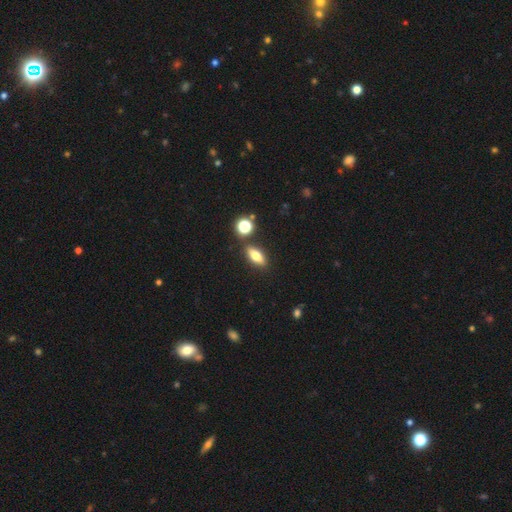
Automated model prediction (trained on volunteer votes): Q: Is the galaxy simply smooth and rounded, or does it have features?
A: smooth — 68%.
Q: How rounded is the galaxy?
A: in between — 68%.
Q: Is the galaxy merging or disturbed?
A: none — 83%.